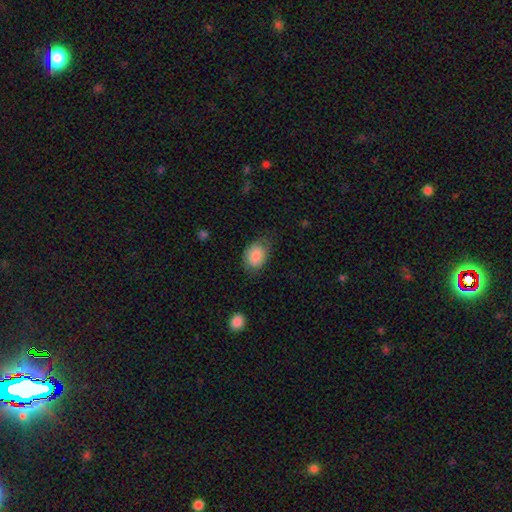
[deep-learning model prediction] Smooth or featured? Predicted: smooth (p=0.84). How rounded? Predicted: in between (p=0.80). Merging? Predicted: none (p=0.63).